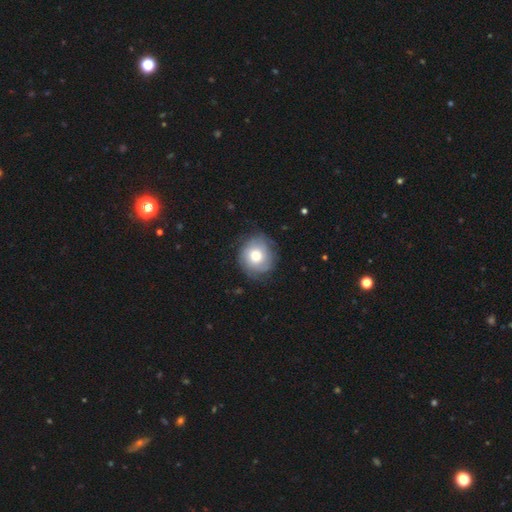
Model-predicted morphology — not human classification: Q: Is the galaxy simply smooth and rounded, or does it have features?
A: smooth — 48%.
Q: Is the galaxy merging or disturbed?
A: none — 74%.